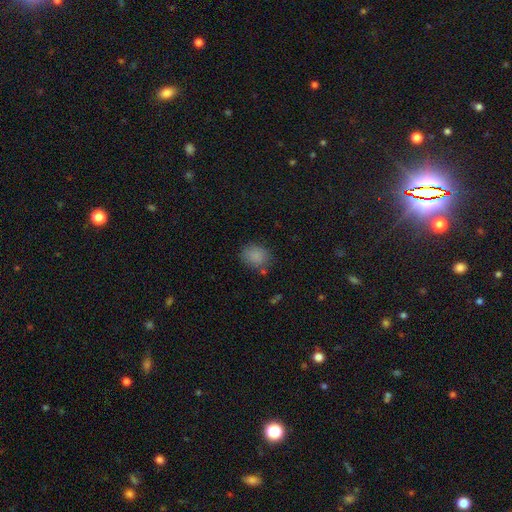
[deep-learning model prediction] Smooth or featured? Predicted: smooth (p=0.84). How rounded? Predicted: round (p=0.53). Merging? Predicted: none (p=0.75).